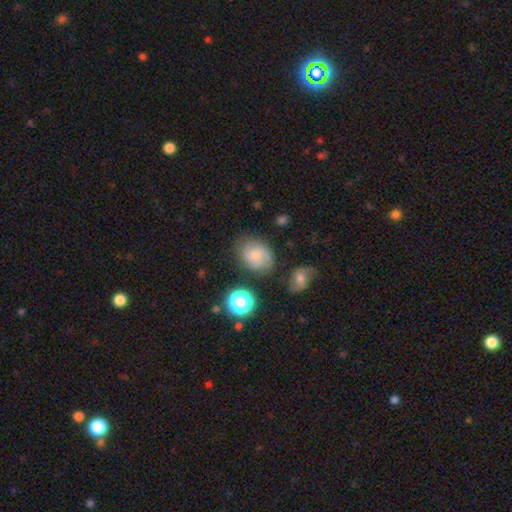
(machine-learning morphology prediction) Q: Smooth or featured?
A: smooth (56%); runner-up: featured or disk (31%)
Q: How rounded?
A: round (61%); runner-up: in between (38%)
Q: Merging?
A: none (69%); runner-up: minor disturbance (19%)